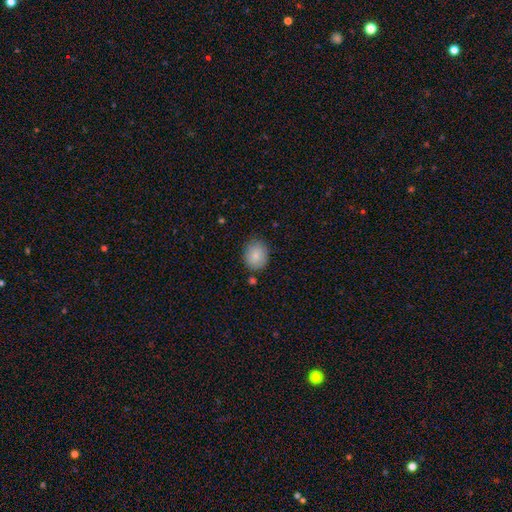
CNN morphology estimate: smooth 84%, featured or disk 9%, star or artifact 8%. Down the decision tree: how rounded — round (60%); merging — none (80%).